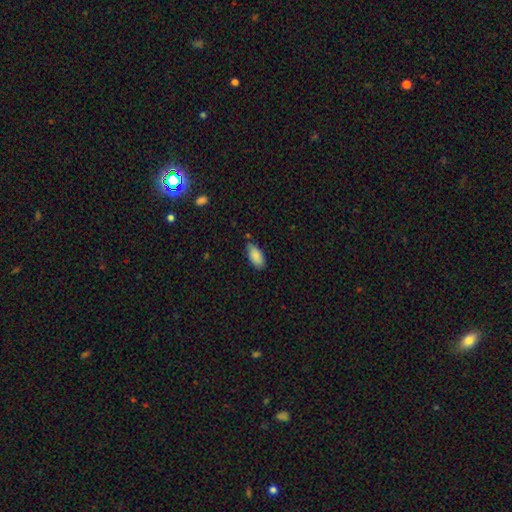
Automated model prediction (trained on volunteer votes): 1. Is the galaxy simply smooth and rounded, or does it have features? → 87% smooth, 7% star or artifact, 6% featured or disk.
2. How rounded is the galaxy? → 90% in between, 8% cigar-shaped, 2% round.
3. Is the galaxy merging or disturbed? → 73% none, 21% minor disturbance, 3% major disturbance, 3% merger.